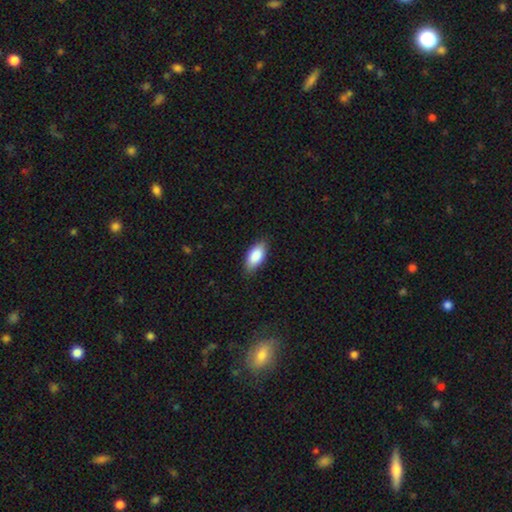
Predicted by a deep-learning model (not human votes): Smooth or featured?
  - smooth: 87% *
  - featured or disk: 7%
  - star or artifact: 6%
How rounded?
  - in between: 91% *
  - cigar-shaped: 6%
  - round: 2%
Merging?
  - none: 84% *
  - minor disturbance: 13%
  - major disturbance: 2%
  - merger: 1%